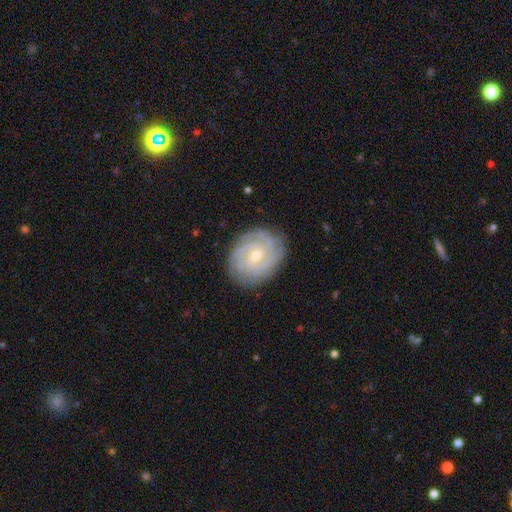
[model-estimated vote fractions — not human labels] This appears to be a featured or disk galaxy (88%) with no bar (45%), 3 (27%) tight (80%) spiral arms (98%) and a small central bulge (61%). Merging: none (85%).